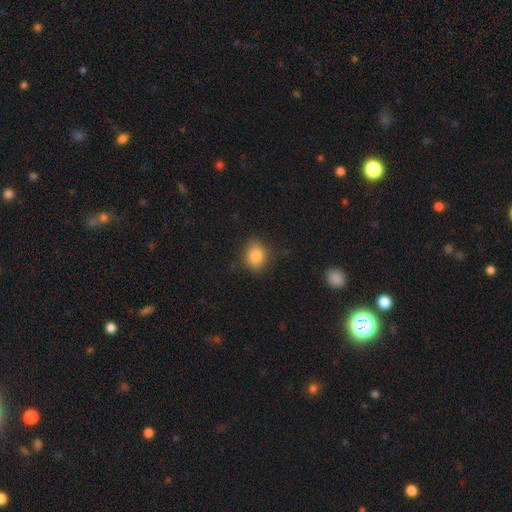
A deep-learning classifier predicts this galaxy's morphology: Overall: smooth (83%). How rounded: round (54%; in between 45%). Merging: none (81%).